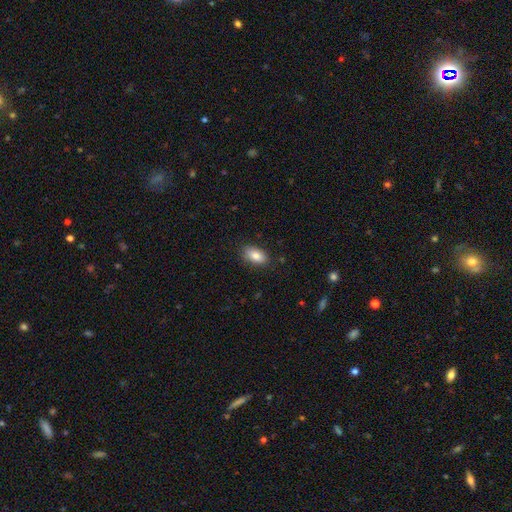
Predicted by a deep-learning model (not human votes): A smooth galaxy with no disk features (84%) that is in between round and cigar-shaped (91%). Merging: none (85%).